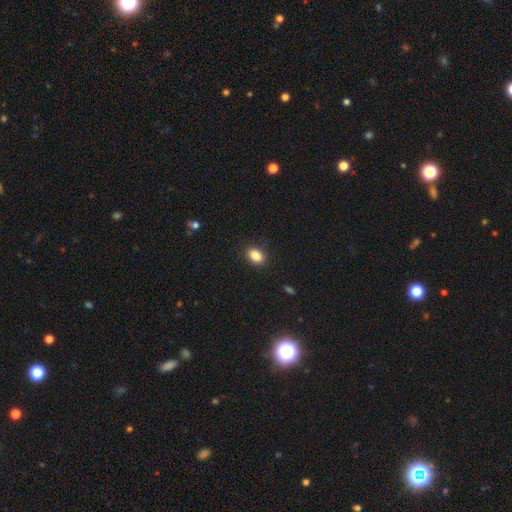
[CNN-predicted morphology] Smooth or featured: smooth — 85% (star or artifact — 9%)
How rounded: in between — 80% (round — 19%)
Merging: none — 87% (minor disturbance — 9%)